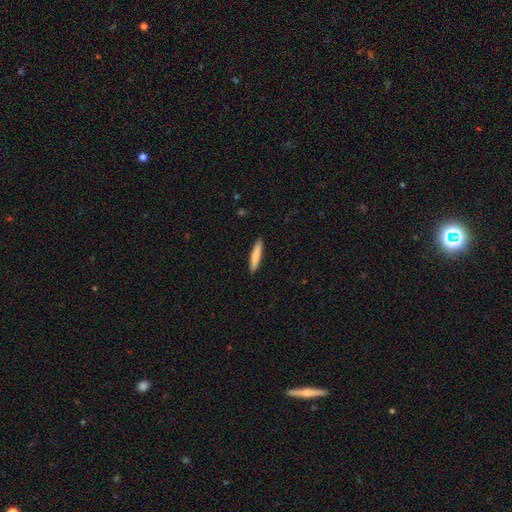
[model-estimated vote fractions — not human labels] This appears to be a smooth galaxy with no disk features (80%) that is cigar-shaped (88%). Merging: none (91%).